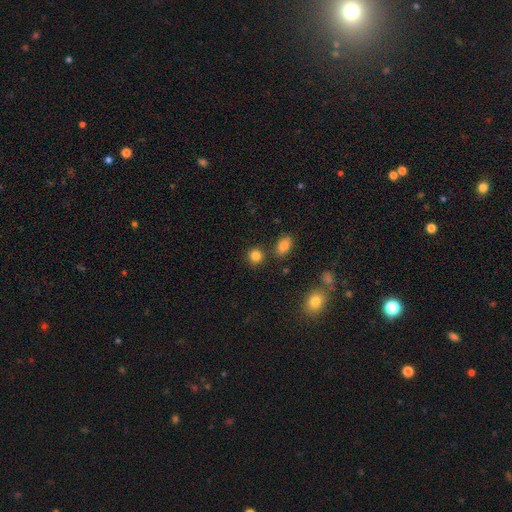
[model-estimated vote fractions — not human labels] smooth 84%, star or artifact 11%, featured or disk 5%. Down the decision tree: how rounded — round (84%); merging — none (80%).